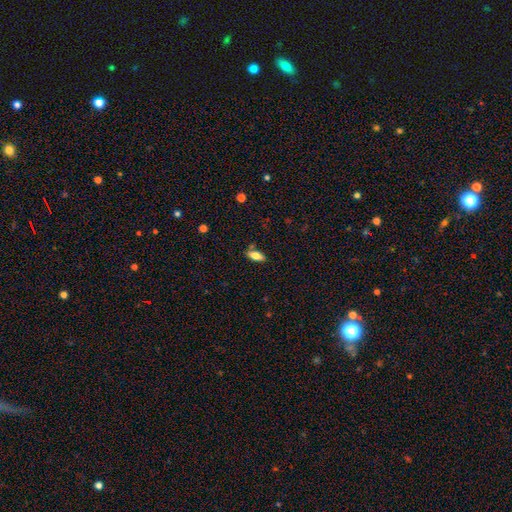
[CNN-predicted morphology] A smooth galaxy with no disk features (73%) that is in between round and cigar-shaped (80%).

Vote fractions:
- Smooth or featured? smooth: 73% / featured or disk: 19% / star or artifact: 8%
- How rounded? in between: 80% / cigar-shaped: 18% / round: 3%
- Merging? none: 80% / minor disturbance: 12% / merger: 5% / major disturbance: 3%